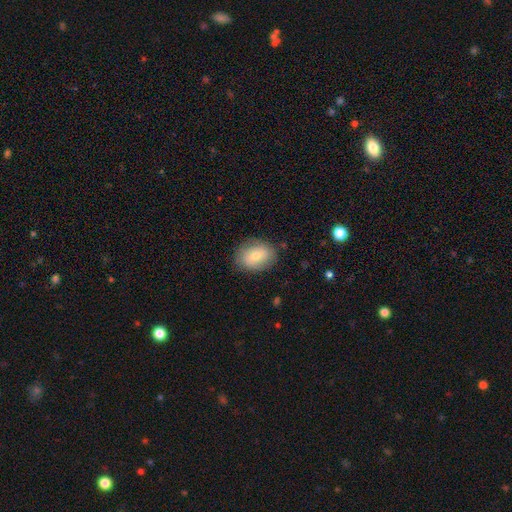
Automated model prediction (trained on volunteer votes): A smooth galaxy with no disk features (68%) that is in between round and cigar-shaped (61%).

Vote fractions:
- Smooth or featured? smooth: 68% / featured or disk: 24% / star or artifact: 8%
- How rounded? in between: 61% / round: 38% / cigar-shaped: 1%
- Merging? none: 81% / minor disturbance: 14% / major disturbance: 4% / merger: 1%